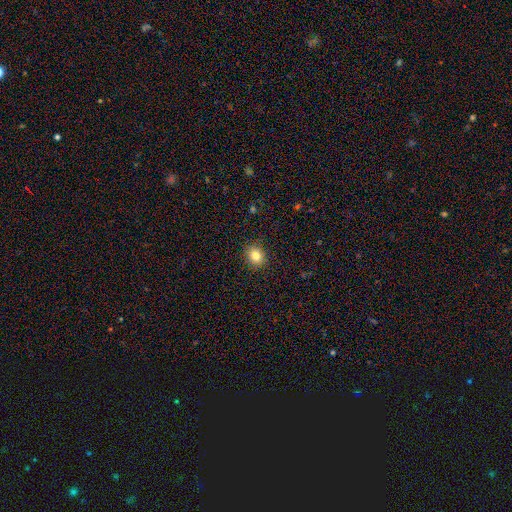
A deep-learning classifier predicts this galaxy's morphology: Overall: smooth (83%). How rounded: round (72%). Merging: none (90%).